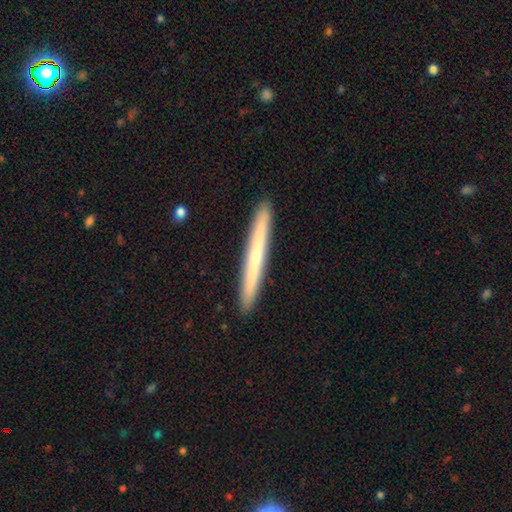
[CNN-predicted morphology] smooth 53%, featured or disk 41%, star or artifact 6%. Down the decision tree: how rounded — cigar-shaped (97%); merging — none (93%).